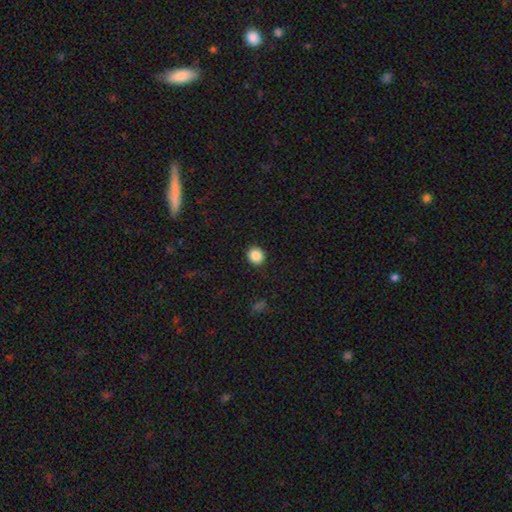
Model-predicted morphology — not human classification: Smooth or featured? smooth (88%)
How rounded? round (89%)
Merging? none (92%)